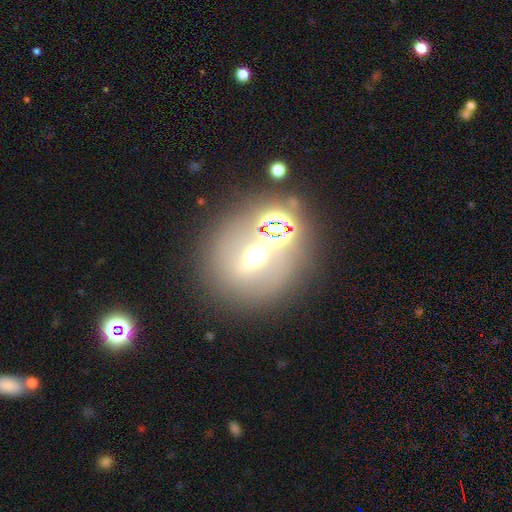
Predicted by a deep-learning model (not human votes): Smooth or featured? star or artifact (36%)